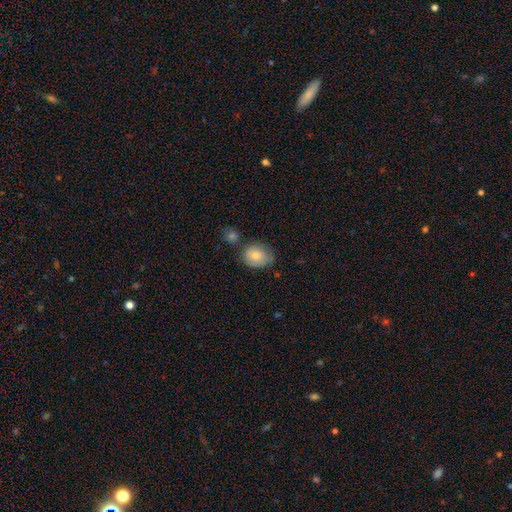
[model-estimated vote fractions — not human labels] A smooth galaxy with no disk features (80%) that is round (52%). Merging: none (59%).